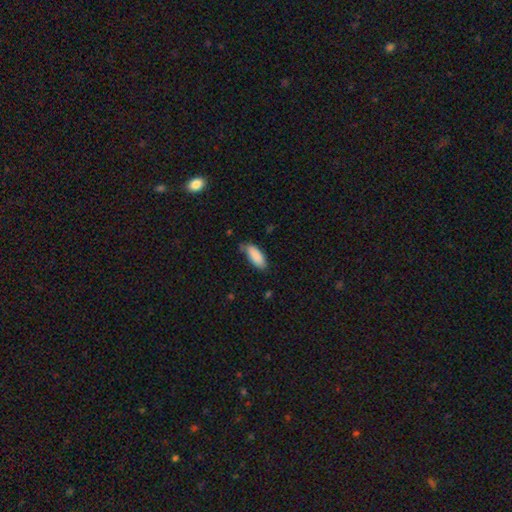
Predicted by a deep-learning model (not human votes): This appears to be a smooth galaxy with no disk features (89%) that is in between round and cigar-shaped (81%). Merging: none (64%).